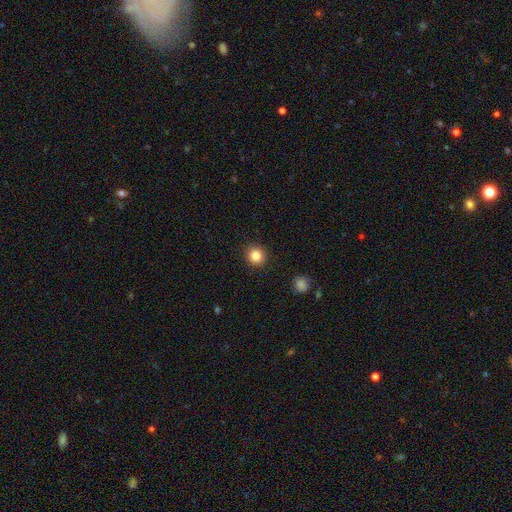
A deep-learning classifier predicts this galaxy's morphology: smooth-or-featured: smooth: 84% | star or artifact: 11% | featured or disk: 5%
  how-rounded: round: 91% | in between: 8% | cigar-shaped: 1%
  merging: none: 92% | minor disturbance: 5% | major disturbance: 2% | merger: 1%